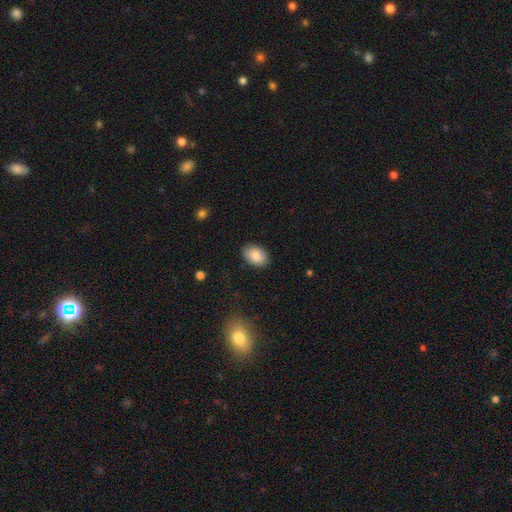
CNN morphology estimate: Overall: smooth (85%). How rounded: in between (88%). Merging: none (86%).